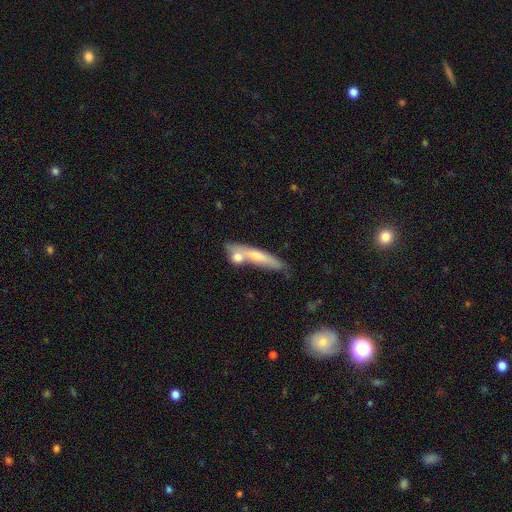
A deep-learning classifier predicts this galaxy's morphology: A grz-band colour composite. It shows a smooth galaxy with no disk features (54%) that is cigar-shaped (82%). Merging: none (48%).